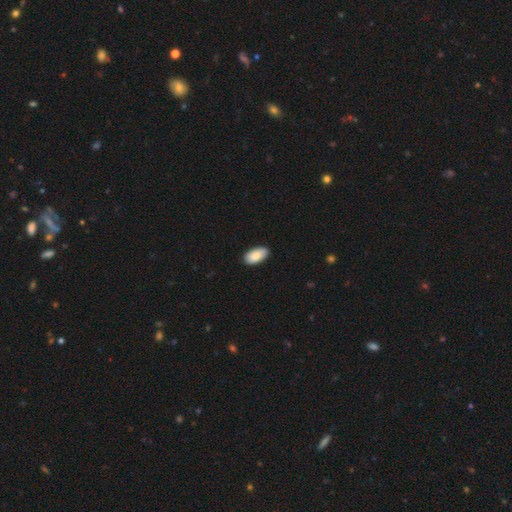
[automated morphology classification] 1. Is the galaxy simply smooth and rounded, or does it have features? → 86% smooth, 8% featured or disk, 6% star or artifact.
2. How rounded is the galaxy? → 95% in between, 3% round, 2% cigar-shaped.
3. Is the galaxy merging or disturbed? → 88% none, 9% minor disturbance, 2% major disturbance, 1% merger.